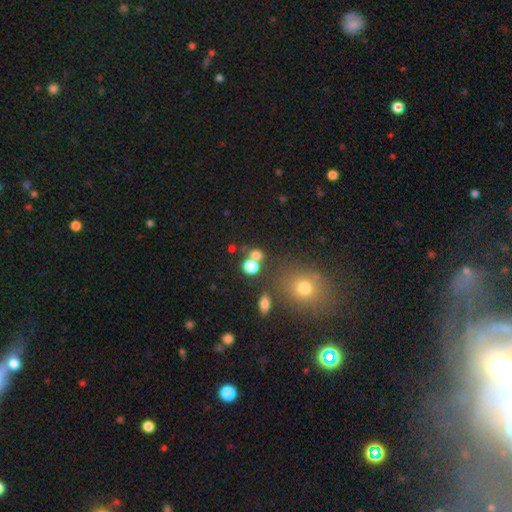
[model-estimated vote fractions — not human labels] smooth 73%, star or artifact 18%, featured or disk 8%. Down the decision tree: how rounded — round (75%); merging — none (57%).